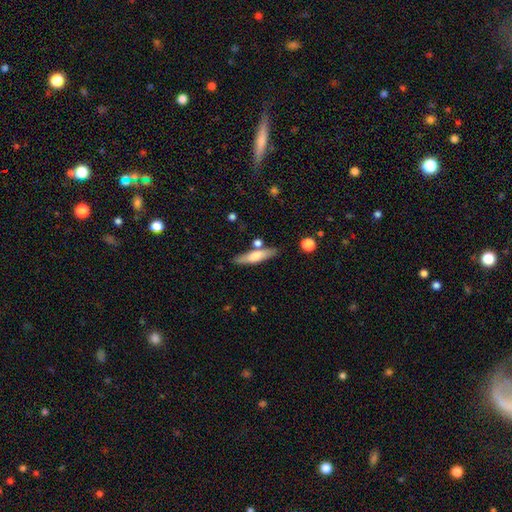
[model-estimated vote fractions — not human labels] Smooth or featured: smooth — 61% (featured or disk — 33%)
How rounded: cigar-shaped — 78% (in between — 20%)
Merging: none — 77% (minor disturbance — 12%)